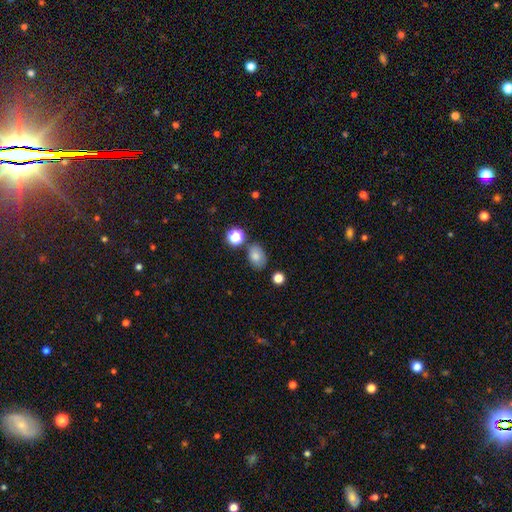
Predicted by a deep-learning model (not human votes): Smooth or featured: smooth — 79% (star or artifact — 11%)
How rounded: in between — 77% (round — 22%)
Merging: none — 73% (minor disturbance — 16%)